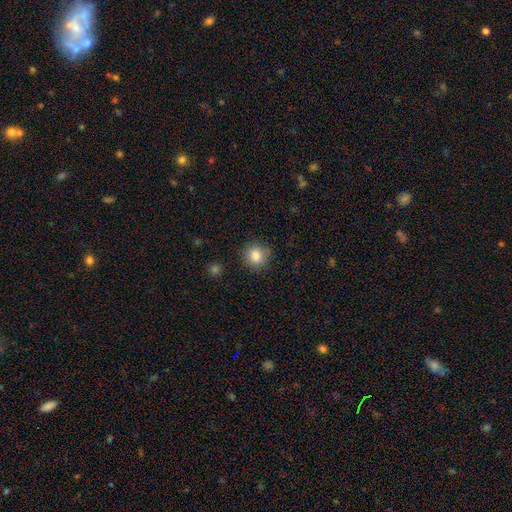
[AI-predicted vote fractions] Smooth or featured? smooth (84%)
How rounded? round (91%)
Merging? none (88%)